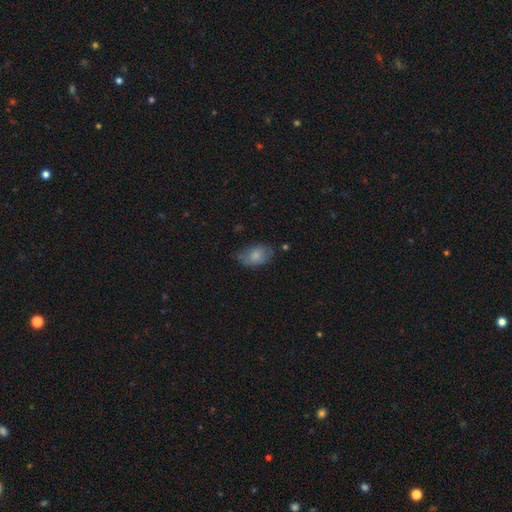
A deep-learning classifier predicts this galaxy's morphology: A smooth galaxy with no disk features (78%) that is in between round and cigar-shaped (88%).

Vote fractions:
- Smooth or featured? smooth: 78% / featured or disk: 15% / star or artifact: 8%
- How rounded? in between: 88% / round: 11% / cigar-shaped: 2%
- Merging? none: 53% / minor disturbance: 33% / major disturbance: 11% / merger: 3%